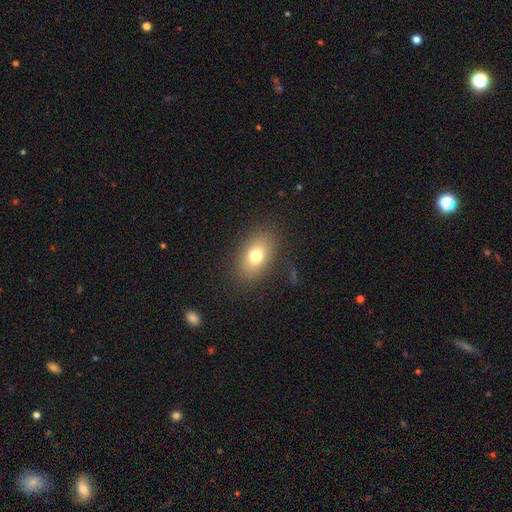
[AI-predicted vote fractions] Smooth or featured? smooth (76%)
How rounded? in between (82%)
Merging? none (84%)